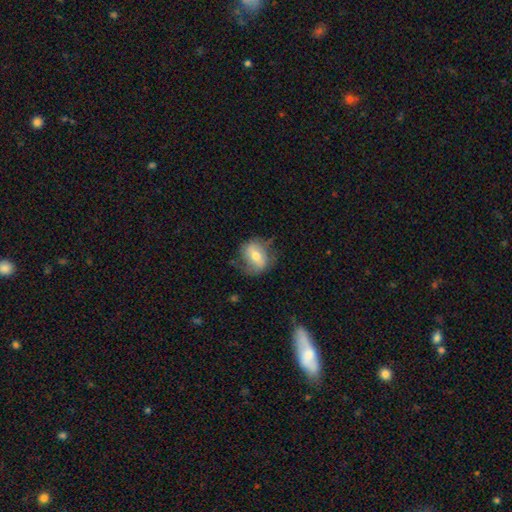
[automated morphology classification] smooth 49%, featured or disk 44%, star or artifact 7%. Down the decision tree: merging — none (62%).